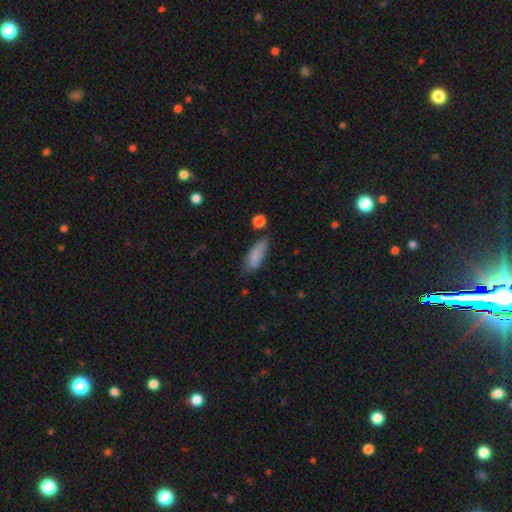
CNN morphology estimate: Overall: smooth (81%). How rounded: in between (65%; cigar-shaped 32%). Merging: none (62%; minor disturbance 26%).